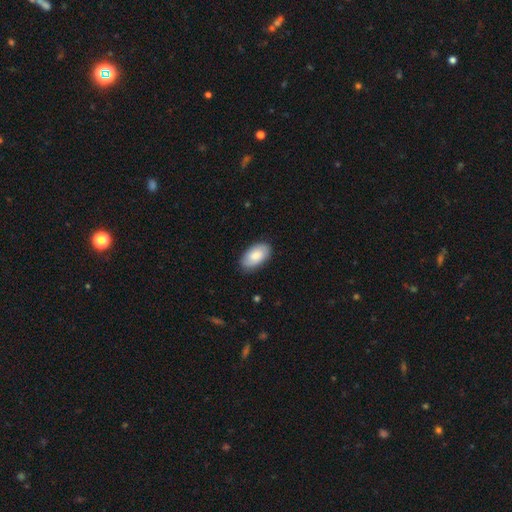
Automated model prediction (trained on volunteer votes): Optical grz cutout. It shows a smooth galaxy with no disk features (81%) that is in between round and cigar-shaped (95%). Merging: none (86%).